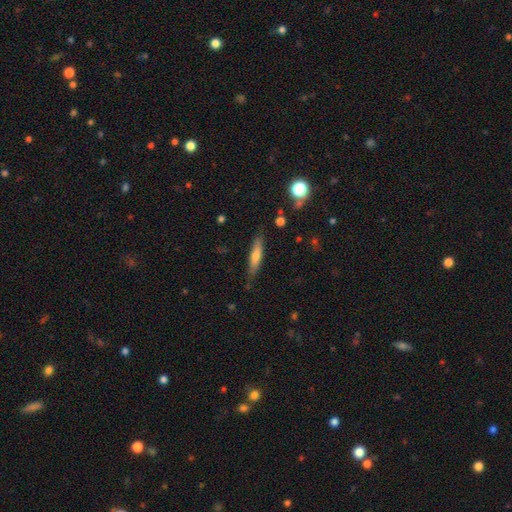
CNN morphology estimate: smooth_or_featured: smooth (p=0.57) [alt: featured or disk p=0.36]
how_rounded: cigar-shaped (p=0.83) [alt: in between p=0.15]
merging: none (p=0.82) [alt: minor disturbance p=0.13]